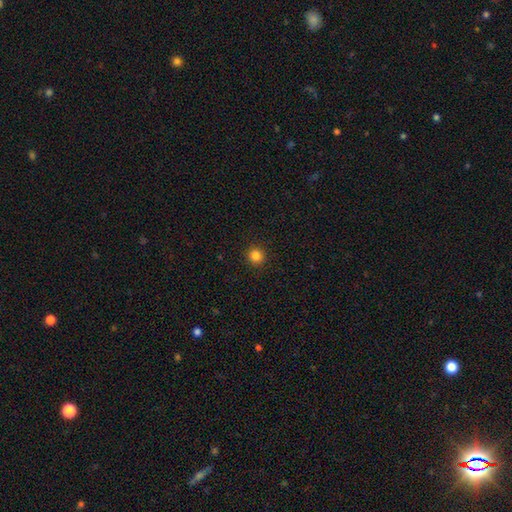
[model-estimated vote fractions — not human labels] This appears to be a smooth galaxy with no disk features (84%) that is round (94%). Merging: none (93%).